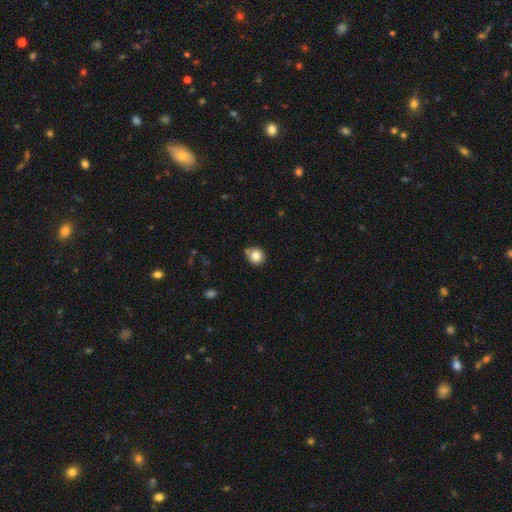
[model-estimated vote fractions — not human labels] This is clearly a smooth galaxy (83%). How rounded: clearly round (88%). Merging: likely none (72%).